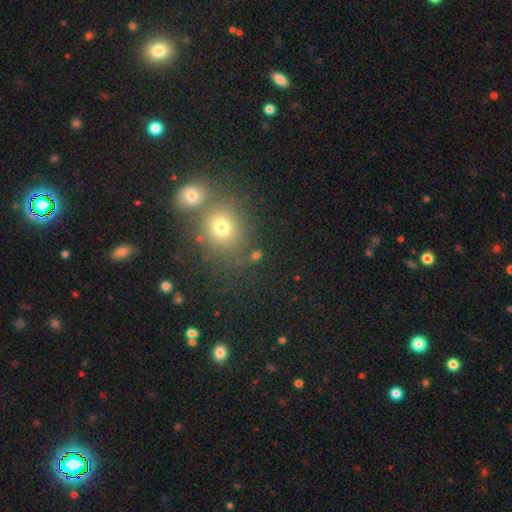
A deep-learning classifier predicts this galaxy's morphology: The model was most divided on "how rounded": round: 67%, in between: 31%, cigar-shaped: 2%. More confident: merging — none (68%); smooth or featured — smooth (64%).